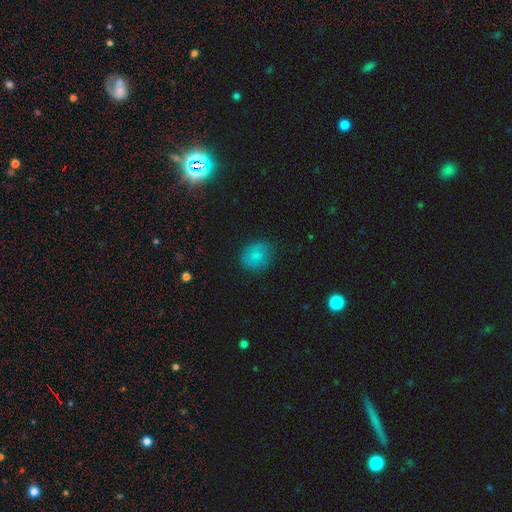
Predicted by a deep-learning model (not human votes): The model was most divided on "how rounded": round: 75%, in between: 23%, cigar-shaped: 1%. More confident: smooth or featured — smooth (74%); merging — none (73%).